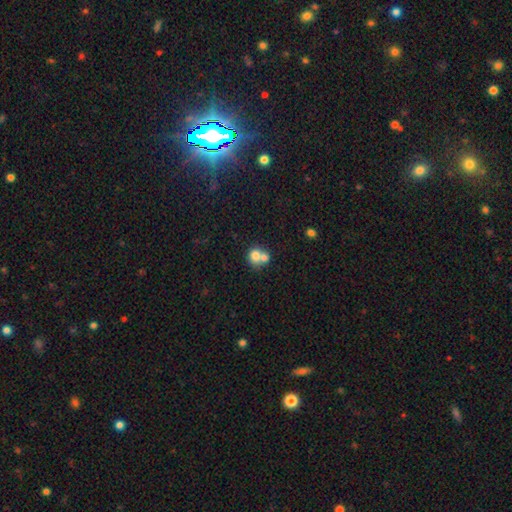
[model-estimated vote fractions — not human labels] Overall: smooth (74%). How rounded: round (72%). Merging: merger (62%; none 28%).